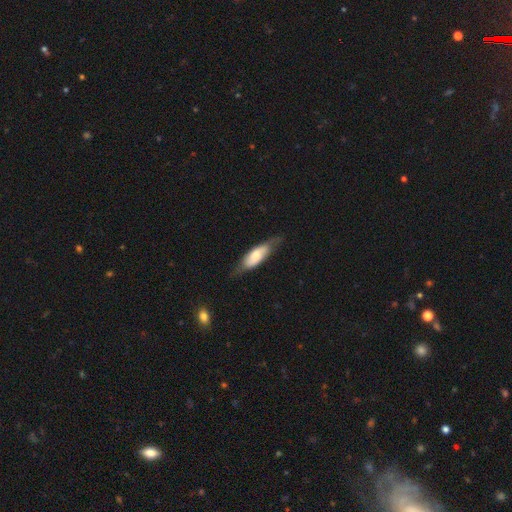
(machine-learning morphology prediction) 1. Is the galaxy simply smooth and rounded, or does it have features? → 62% smooth, 32% featured or disk, 6% star or artifact.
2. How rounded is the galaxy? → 56% in between, 42% cigar-shaped, 2% round.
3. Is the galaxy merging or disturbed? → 62% none, 27% minor disturbance, 8% major disturbance, 2% merger.